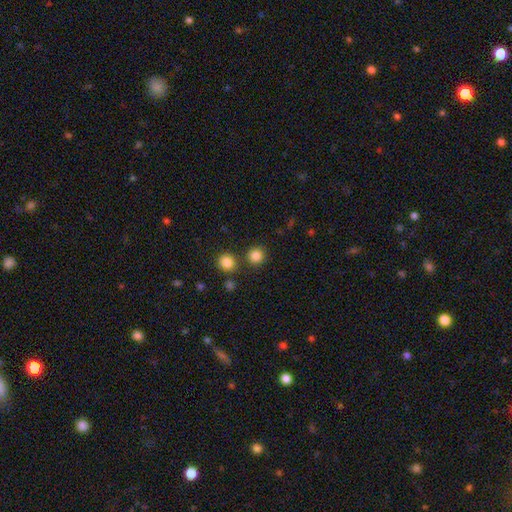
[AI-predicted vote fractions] Smooth or featured? smooth (84%)
How rounded? round (92%)
Merging? none (82%)